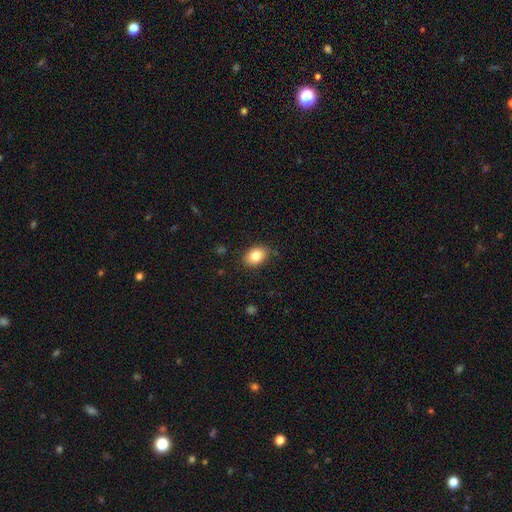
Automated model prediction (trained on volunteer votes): Overall: smooth (83%). How rounded: in between (79%). Merging: none (83%).